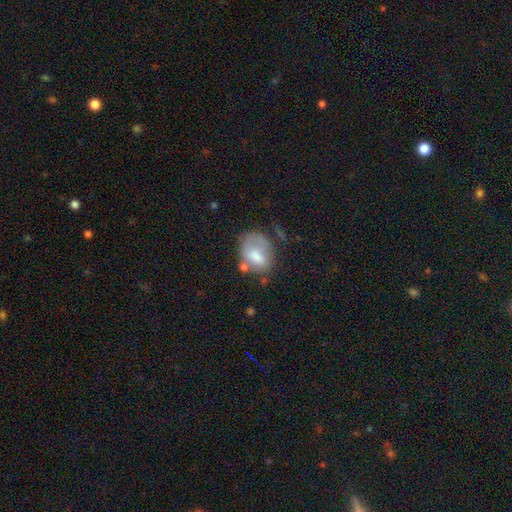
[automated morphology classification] Smooth or featured: smooth — 64% (featured or disk — 28%)
How rounded: in between — 65% (round — 33%)
Merging: none — 38% (minor disturbance — 28%)